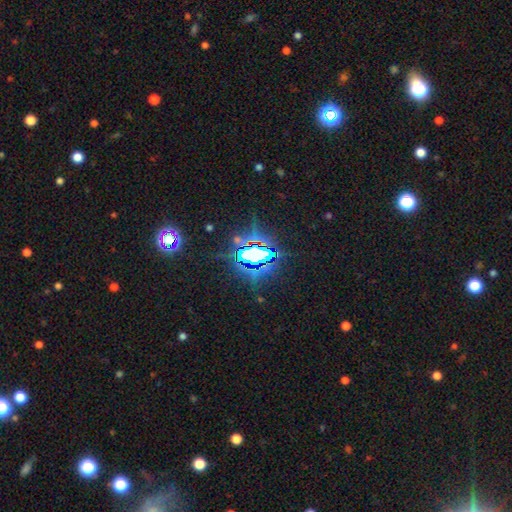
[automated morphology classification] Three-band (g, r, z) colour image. It shows a star or artifact, not a galaxy (78%).